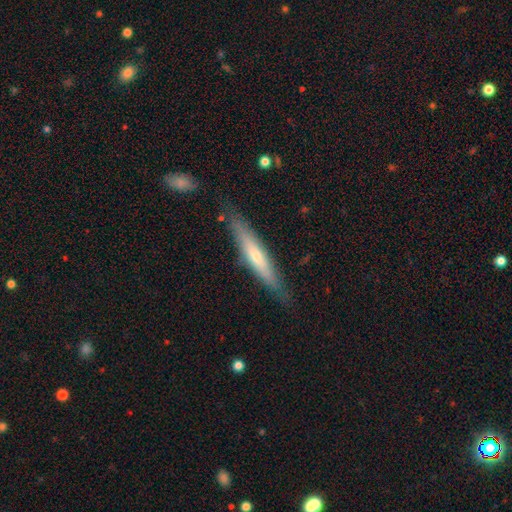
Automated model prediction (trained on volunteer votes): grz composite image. It shows a featured or disk galaxy (47%, tied with smooth). Merging: none (82%).